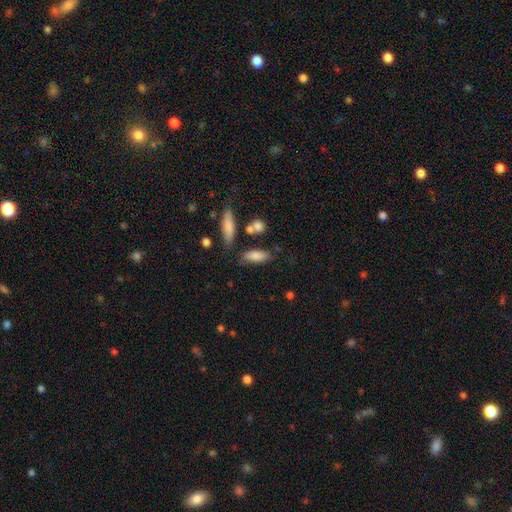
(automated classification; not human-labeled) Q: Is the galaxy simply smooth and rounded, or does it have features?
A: smooth — 81%.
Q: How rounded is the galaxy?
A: in between — 67%.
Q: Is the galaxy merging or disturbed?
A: none — 67%.